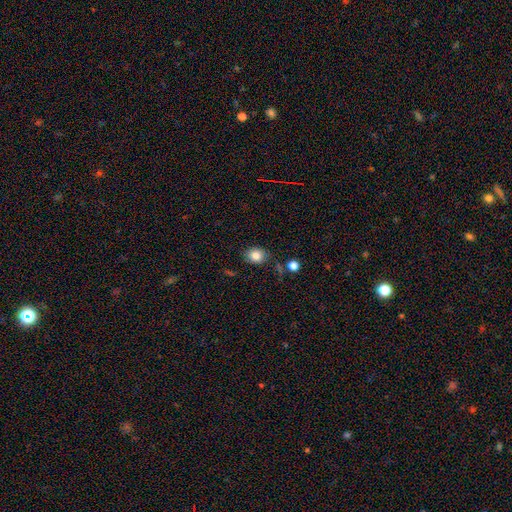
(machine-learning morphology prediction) A smooth galaxy with no disk features (83%) that is round (55%).

Vote fractions:
- Smooth or featured? smooth: 83% / star or artifact: 10% / featured or disk: 7%
- How rounded? round: 55% / in between: 44% / cigar-shaped: 1%
- Merging? none: 80% / minor disturbance: 13% / merger: 4% / major disturbance: 3%